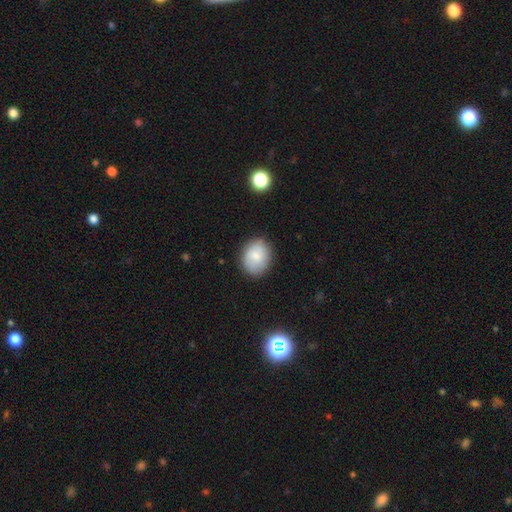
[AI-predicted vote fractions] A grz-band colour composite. It shows a smooth galaxy with no disk features (77%) that is in between round and cigar-shaped (58%). Merging: none (82%).